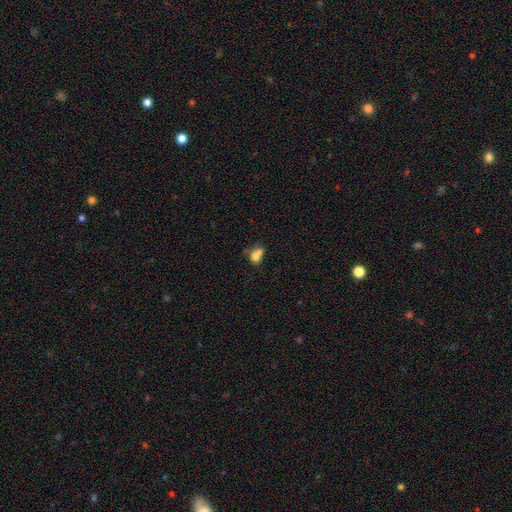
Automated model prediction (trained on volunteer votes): Smooth or featured?
  - smooth: 71% *
  - featured or disk: 17%
  - star or artifact: 12%
How rounded?
  - round: 57% *
  - in between: 41%
  - cigar-shaped: 1%
Merging?
  - merger: 51% *
  - none: 30%
  - minor disturbance: 12%
  - major disturbance: 8%